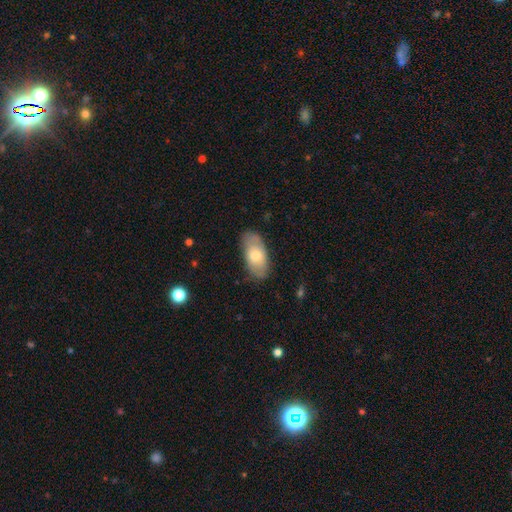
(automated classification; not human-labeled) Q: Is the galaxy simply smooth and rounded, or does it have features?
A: smooth — 64%.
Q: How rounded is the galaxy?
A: in between — 91%.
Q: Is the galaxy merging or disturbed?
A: none — 80%.